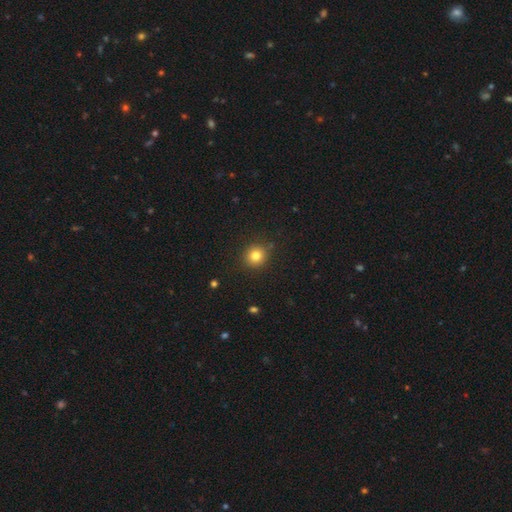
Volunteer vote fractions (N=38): Smooth or featured? 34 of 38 (89%) said smooth. How rounded? 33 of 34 (97%) said round. Merging? 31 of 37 (84%) said none.